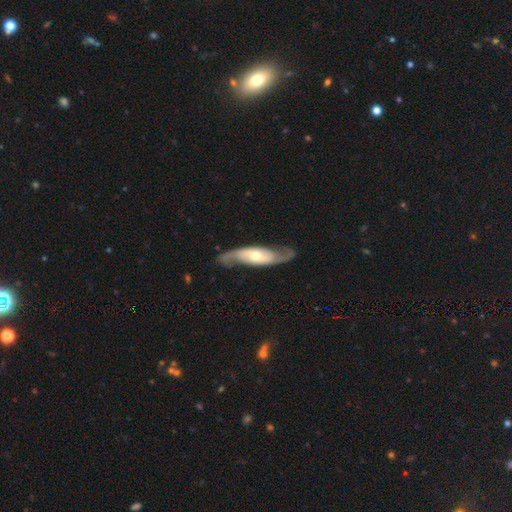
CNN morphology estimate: This is clearly a featured or disk galaxy (81%). It is clearly not viewed edge-on (81%). Bar: possibly no (57%). Spiral arm pattern: clearly yes (92%). Spiral arm count: clearly 2 (90%). Spiral winding: possibly loose (45%). Central bulge: likely moderate (62%). Merging: likely none (75%).